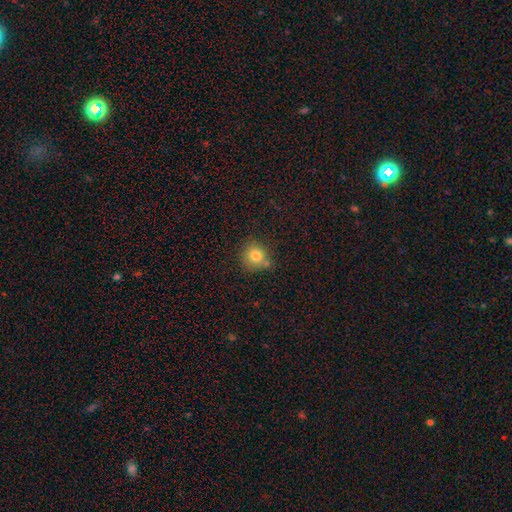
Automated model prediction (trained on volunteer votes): Smooth or featured: smooth — 80% (star or artifact — 12%)
How rounded: round — 90% (in between — 9%)
Merging: none — 70% (minor disturbance — 15%)